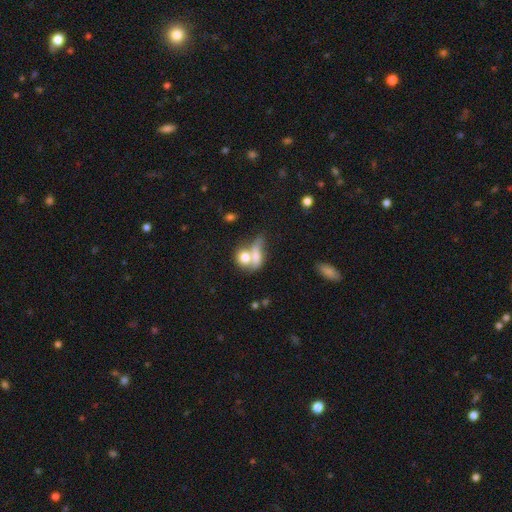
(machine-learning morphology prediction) type=smooth (69%); roundness=in between (55%); merging=merger (61%).